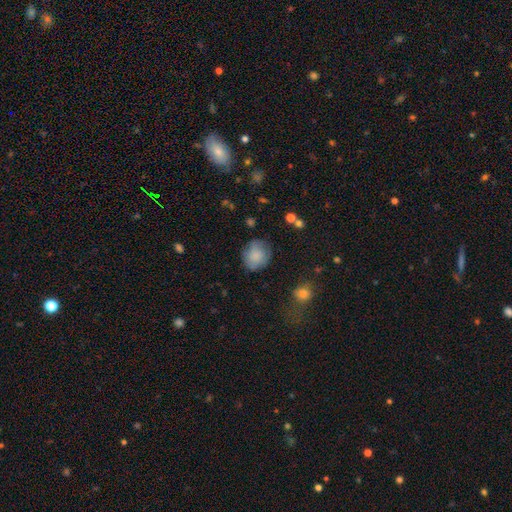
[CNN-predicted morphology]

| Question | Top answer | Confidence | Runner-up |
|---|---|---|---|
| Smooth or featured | smooth | 79% | featured or disk (13%) |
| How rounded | round | 74% | in between (25%) |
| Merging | none | 72% | minor disturbance (20%) |